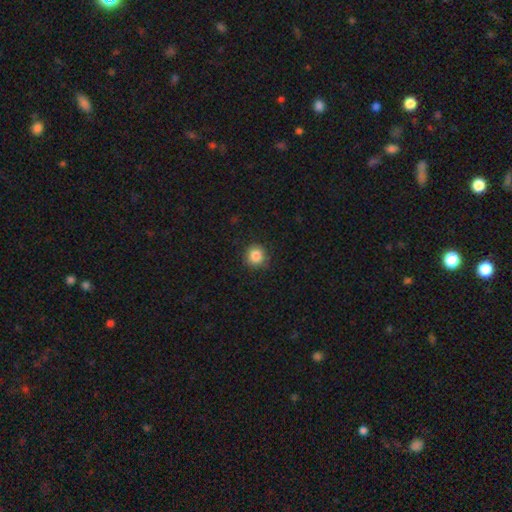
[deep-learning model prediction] Smooth or featured? smooth (86%)
How rounded? round (93%)
Merging? none (88%)